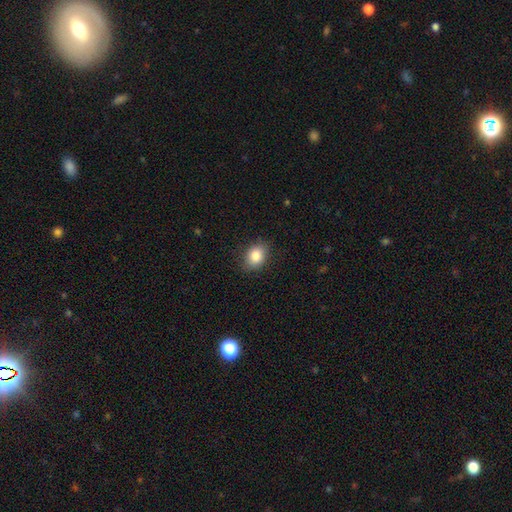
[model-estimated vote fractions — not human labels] A smooth galaxy with no disk features (85%) that is in between round and cigar-shaped (65%).

Vote fractions:
- Smooth or featured? smooth: 85% / star or artifact: 9% / featured or disk: 7%
- How rounded? in between: 65% / round: 34% / cigar-shaped: 1%
- Merging? none: 83% / minor disturbance: 13% / major disturbance: 3% / merger: 1%